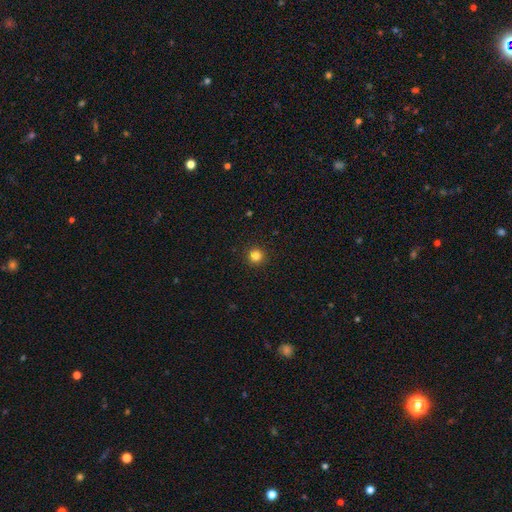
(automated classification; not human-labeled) Q: Smooth or featured?
A: smooth (82%); runner-up: star or artifact (13%)
Q: How rounded?
A: round (96%); runner-up: in between (3%)
Q: Merging?
A: none (93%); runner-up: minor disturbance (4%)